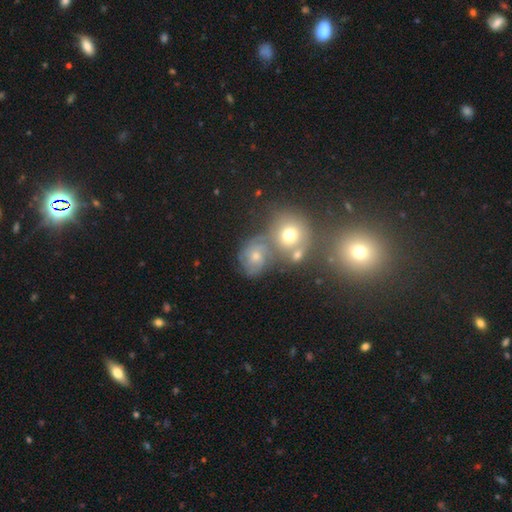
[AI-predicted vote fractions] A featured or disk galaxy (53%) with no bar (76%), spiral arms (80%) and a moderate central bulge (48%).

Vote fractions:
- Smooth or featured? featured or disk: 53% / smooth: 32% / star or artifact: 15%
- Edge-on disk? no: 97% / yes: 3%
- Bar? no: 76% / weak: 19% / strong: 4%
- Spiral arms? yes: 80% / no: 20%
- Bulge size? moderate: 48% / small: 42% / large: 5% / none: 4% / dominant: 2%
- Merging? none: 44% / merger: 33% / minor disturbance: 14% / major disturbance: 9%